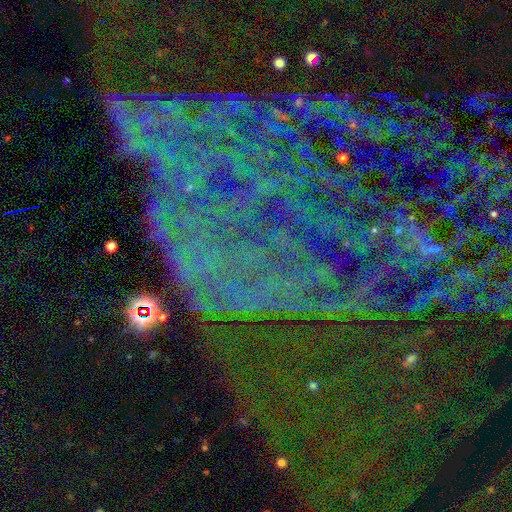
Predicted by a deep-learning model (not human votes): The model was most divided on "smooth or featured": star or artifact: 77%, featured or disk: 14%, smooth: 9%.